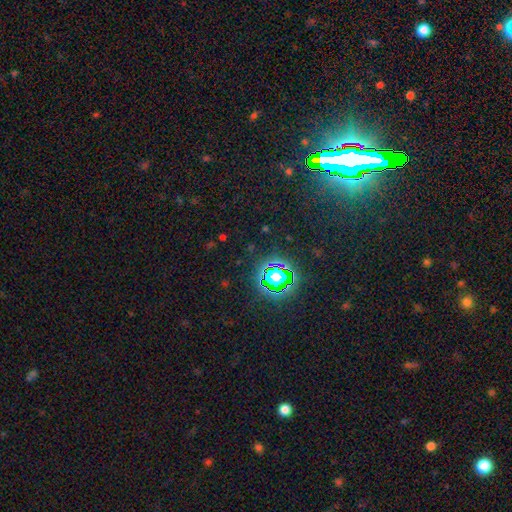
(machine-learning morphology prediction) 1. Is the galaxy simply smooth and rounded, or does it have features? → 83% star or artifact, 10% smooth, 7% featured or disk.